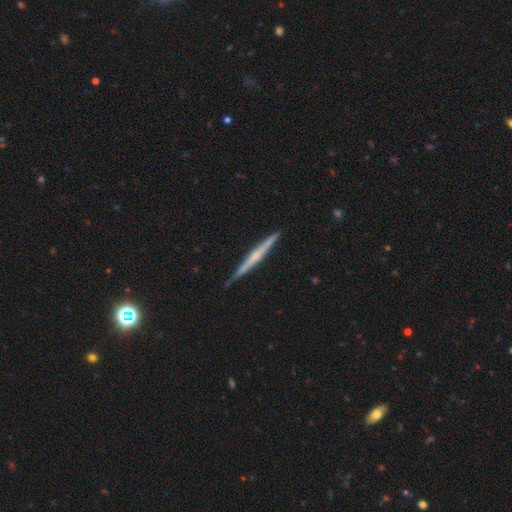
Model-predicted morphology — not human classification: type=featured or disk (69%); edge-on=yes (98%); edge-on bulge=rounded (49%); merging=none (90%).